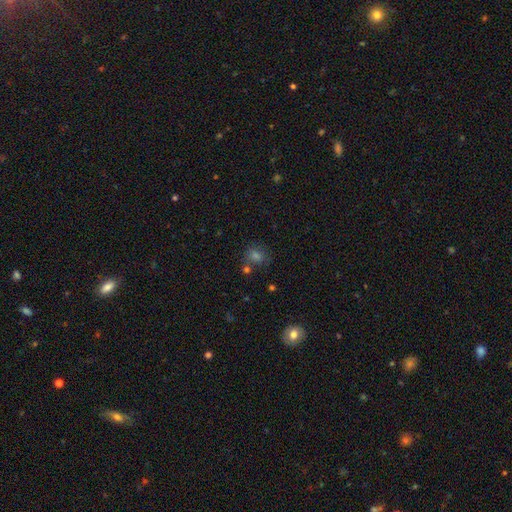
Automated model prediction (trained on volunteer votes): smooth_or_featured: smooth (p=0.59) [alt: star or artifact p=0.29]
how_rounded: round (p=0.67) [alt: in between p=0.31]
merging: none (p=0.73) [alt: minor disturbance p=0.12]